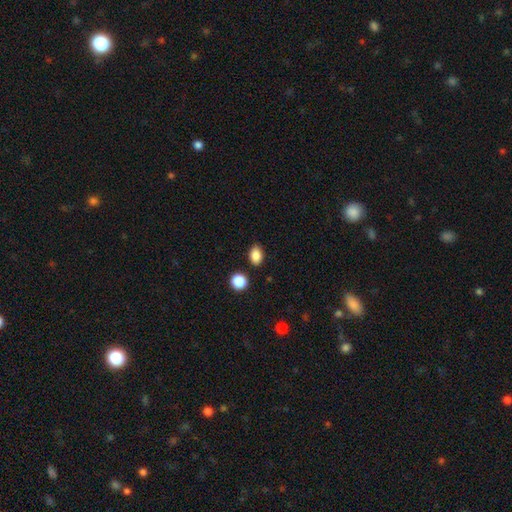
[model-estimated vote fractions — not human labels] The model was most divided on "how rounded": in between: 76%, round: 23%, cigar-shaped: 1%. More confident: smooth or featured — smooth (86%); merging — none (83%).